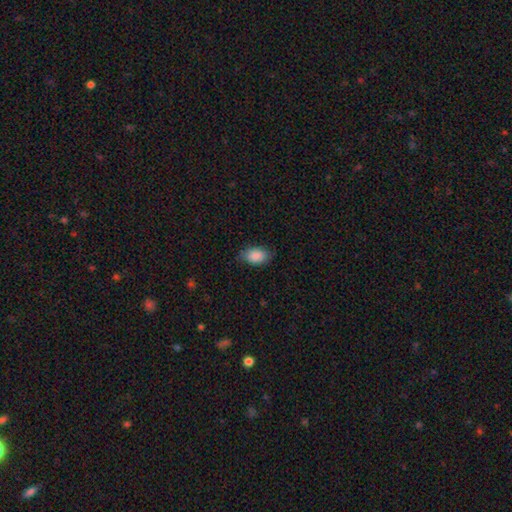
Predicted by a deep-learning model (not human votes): Q: Smooth or featured?
A: smooth (88%); runner-up: star or artifact (7%)
Q: How rounded?
A: in between (91%); runner-up: round (8%)
Q: Merging?
A: none (77%); runner-up: minor disturbance (18%)